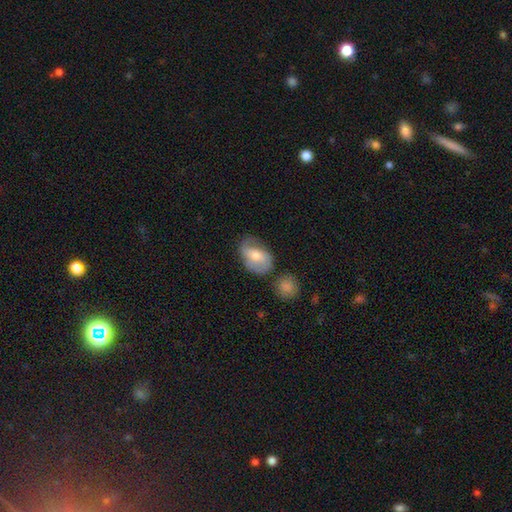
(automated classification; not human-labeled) smooth_or_featured: smooth (p=0.49) [alt: featured or disk p=0.44]
merging: none (p=0.57) [alt: minor disturbance p=0.24]